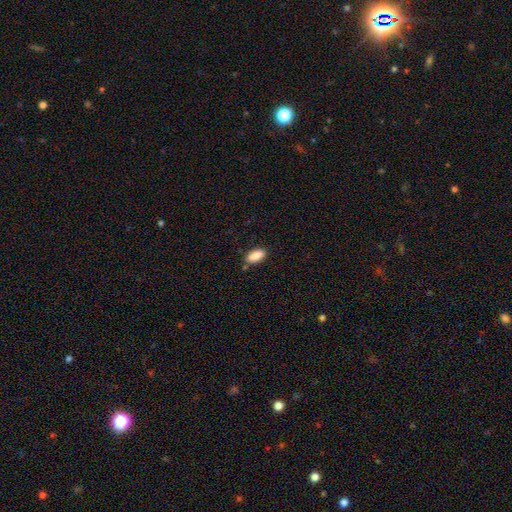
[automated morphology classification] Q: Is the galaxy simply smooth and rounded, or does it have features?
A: smooth — 89%.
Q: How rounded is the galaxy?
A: in between — 86%.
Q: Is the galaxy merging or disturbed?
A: none — 80%.